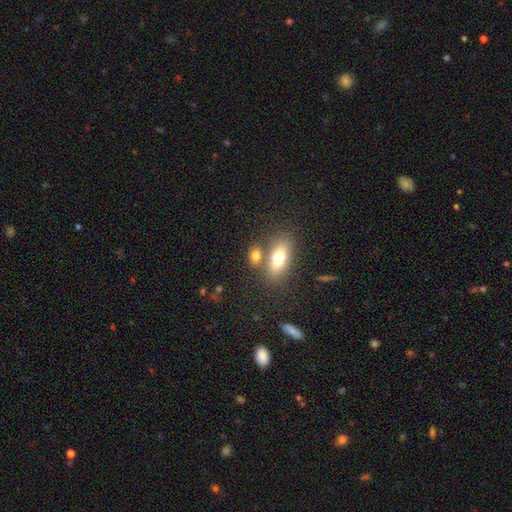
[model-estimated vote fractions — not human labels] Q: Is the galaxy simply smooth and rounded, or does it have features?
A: smooth — 77%.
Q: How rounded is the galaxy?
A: in between — 73%.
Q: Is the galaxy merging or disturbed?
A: none — 56%.